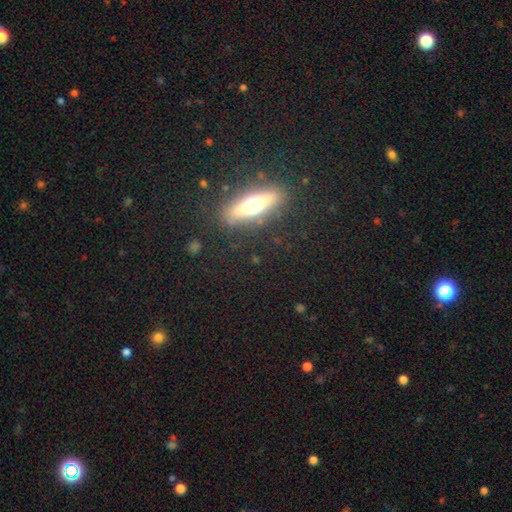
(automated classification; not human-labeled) featured or disk 49%, smooth 39%, star or artifact 13%. Down the decision tree: merging — none (87%).